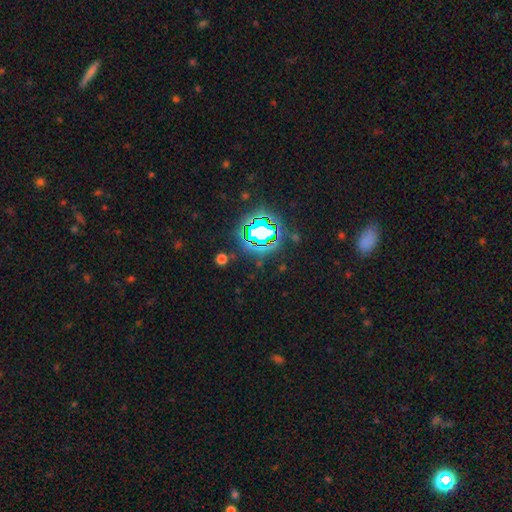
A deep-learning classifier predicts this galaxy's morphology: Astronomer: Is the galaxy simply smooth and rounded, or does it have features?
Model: star or artifact — 78%.